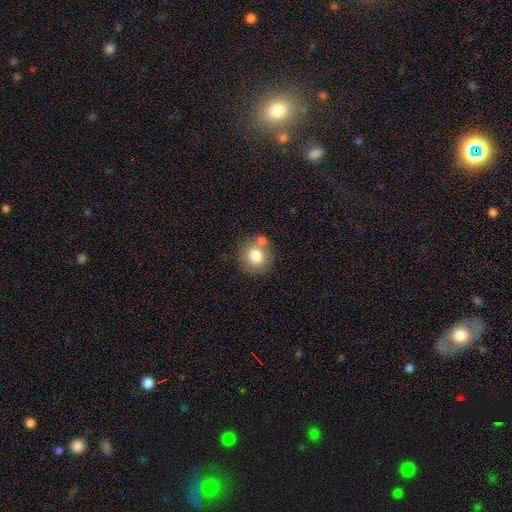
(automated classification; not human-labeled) This appears to be a smooth galaxy with no disk features (78%) that is round (88%). Merging: none (67%).